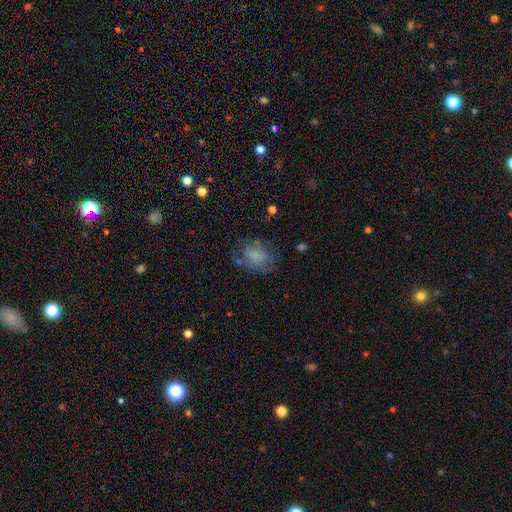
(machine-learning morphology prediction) Smooth or featured: smooth — 68% (featured or disk — 21%)
How rounded: in between — 59% (round — 40%)
Merging: none — 53% (minor disturbance — 26%)